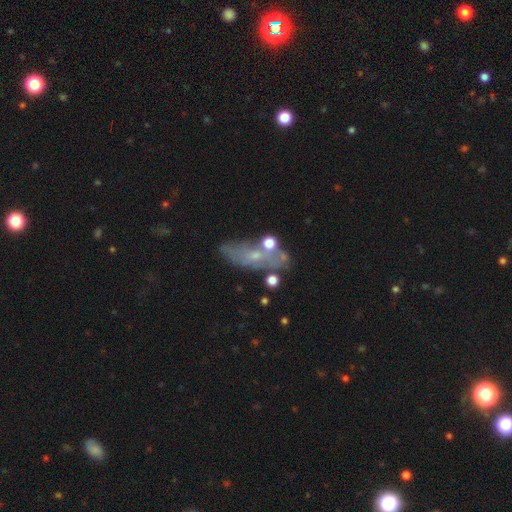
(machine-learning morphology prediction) Q: Smooth or featured?
A: featured or disk (50%); runner-up: smooth (34%)
Q: Edge-on disk?
A: no (83%); runner-up: yes (17%)
Q: Merging?
A: none (53%); runner-up: minor disturbance (21%)